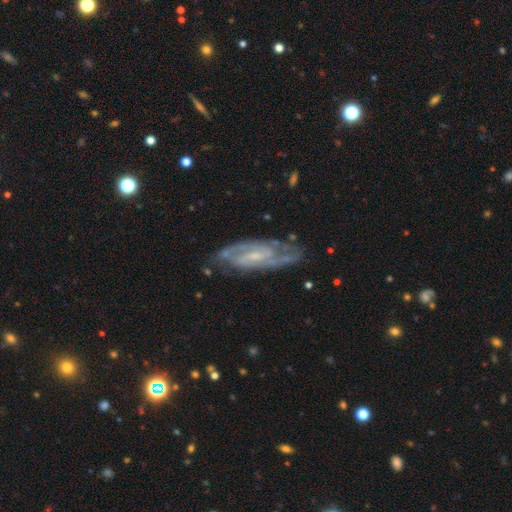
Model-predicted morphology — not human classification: type=featured or disk (83%); edge-on=no (87%); bar=weak (47%); spiral arms=yes (92%); winding=medium (45%); arm count=2 (57%); bulge=small (65%); merging=none (72%).